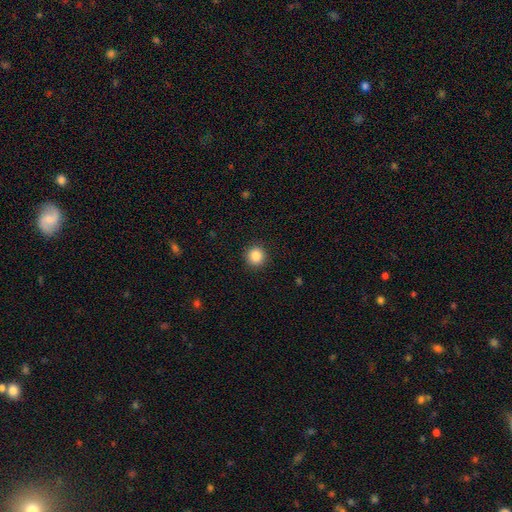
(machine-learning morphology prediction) This is clearly a smooth galaxy (86%). How rounded: clearly round (93%). Merging: clearly none (92%).